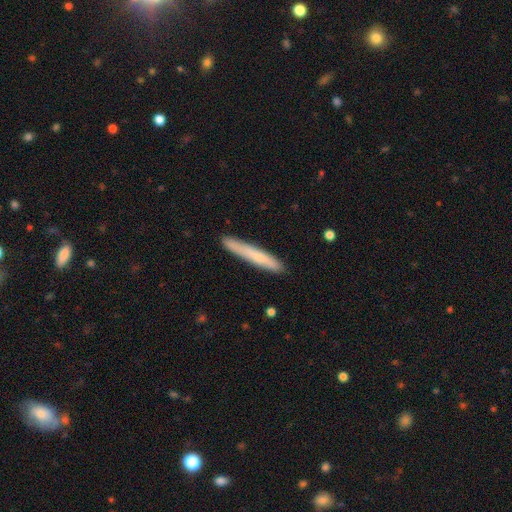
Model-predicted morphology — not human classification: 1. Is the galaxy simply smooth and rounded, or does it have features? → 69% smooth, 25% featured or disk, 6% star or artifact.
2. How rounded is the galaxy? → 96% cigar-shaped, 3% in between, 1% round.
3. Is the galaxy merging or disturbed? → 87% none, 10% minor disturbance, 2% major disturbance, 1% merger.